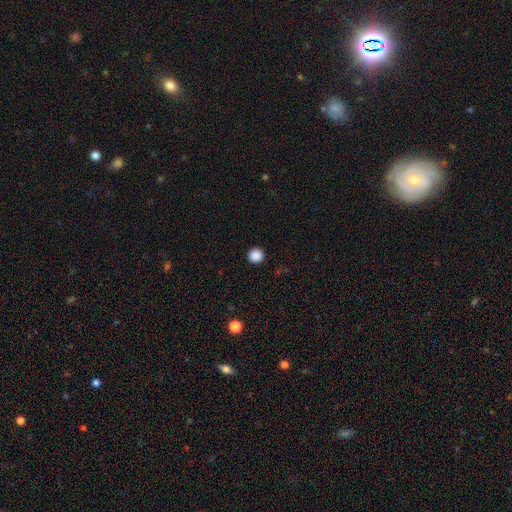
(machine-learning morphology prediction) Smooth or featured: smooth — 88% (star or artifact — 10%)
How rounded: round — 96% (in between — 3%)
Merging: none — 94% (minor disturbance — 4%)